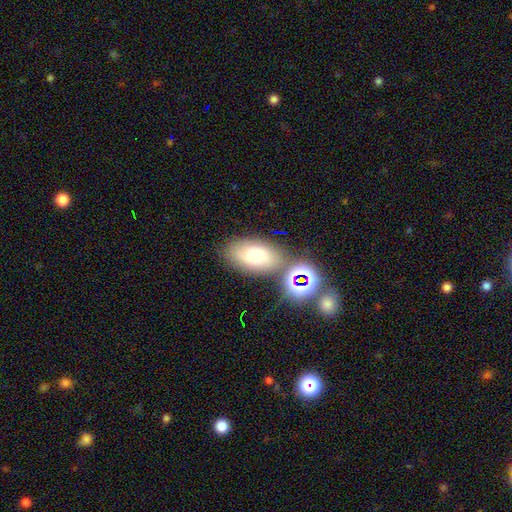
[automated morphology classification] Overall: smooth (63%). How rounded: in between (89%). Merging: none (68%).